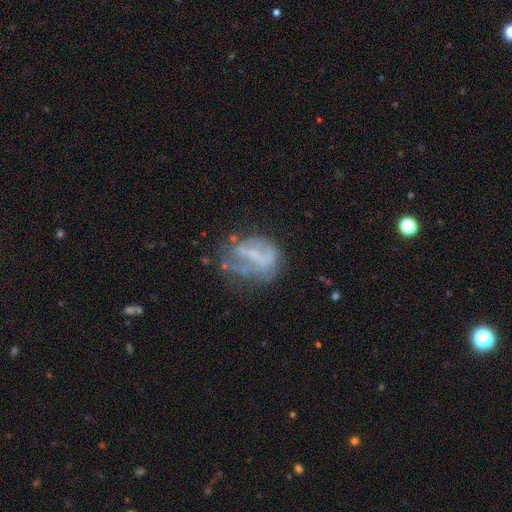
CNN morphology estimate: Overall: featured or disk (60%; smooth 26%). Edge-on disk: no (95%). Bar: no (44%; weak 30%). Spiral arms: no (74%). Bulge size: none (46%; small 38%). Merging: none (43%; major disturbance 26%).